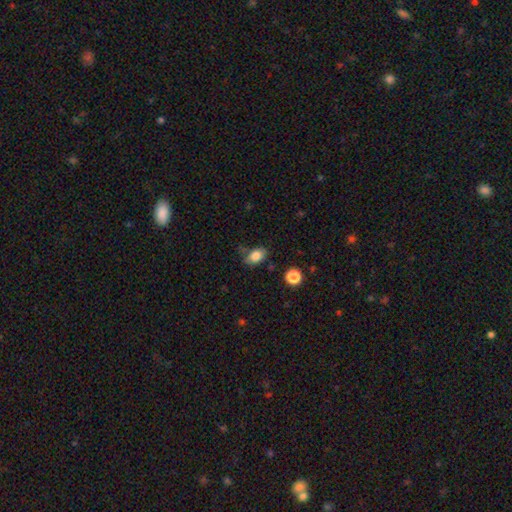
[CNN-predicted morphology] This appears to be a smooth galaxy with no disk features (82%) that is in between round and cigar-shaped (83%). Merging: none (65%).